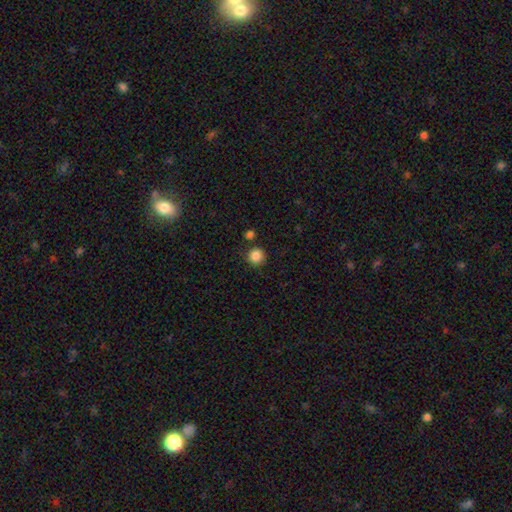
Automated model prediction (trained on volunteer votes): smooth_or_featured: smooth (p=0.86) [alt: star or artifact p=0.11]
how_rounded: round (p=0.94) [alt: in between p=0.05]
merging: none (p=0.85) [alt: minor disturbance p=0.08]